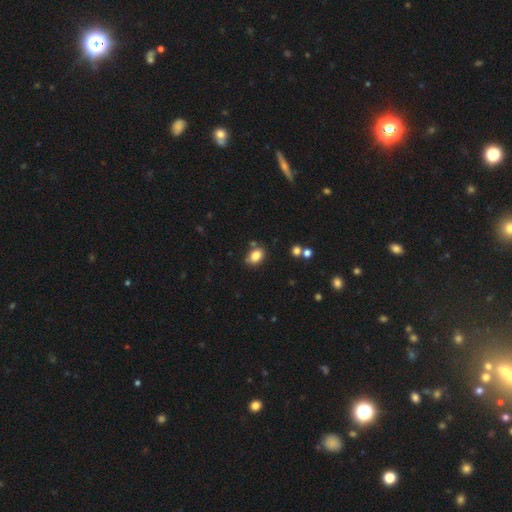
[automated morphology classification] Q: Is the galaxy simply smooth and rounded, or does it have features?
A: smooth — 83%.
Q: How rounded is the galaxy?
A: in between — 75%.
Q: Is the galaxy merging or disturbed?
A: none — 74%.